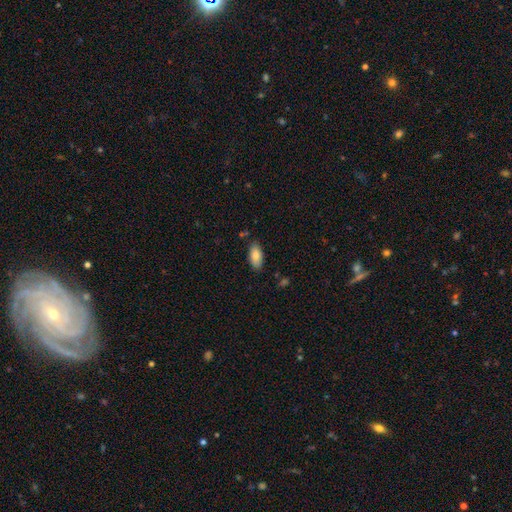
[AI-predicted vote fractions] smooth-or-featured: smooth: 83% | featured or disk: 11% | star or artifact: 7%
  how-rounded: in between: 92% | cigar-shaped: 5% | round: 3%
  merging: none: 81% | minor disturbance: 14% | major disturbance: 3% | merger: 2%